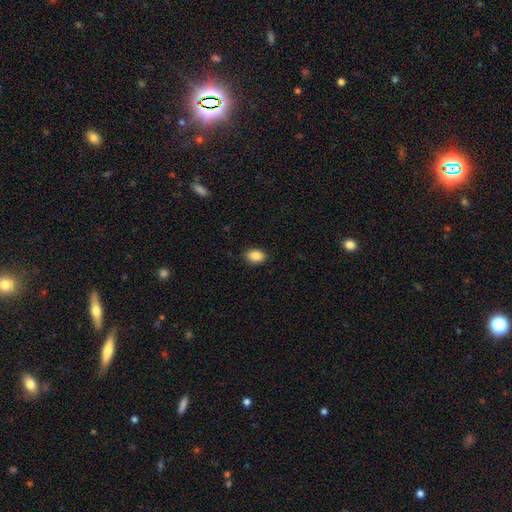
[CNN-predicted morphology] Q: Smooth or featured?
A: smooth (88%); runner-up: star or artifact (8%)
Q: How rounded?
A: in between (76%); runner-up: round (23%)
Q: Merging?
A: none (88%); runner-up: minor disturbance (9%)